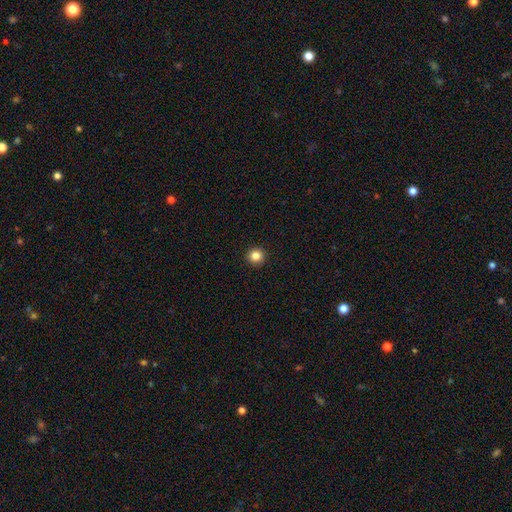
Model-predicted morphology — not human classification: Q: Smooth or featured?
A: smooth (84%); runner-up: star or artifact (11%)
Q: How rounded?
A: round (96%); runner-up: in between (3%)
Q: Merging?
A: none (94%); runner-up: minor disturbance (4%)